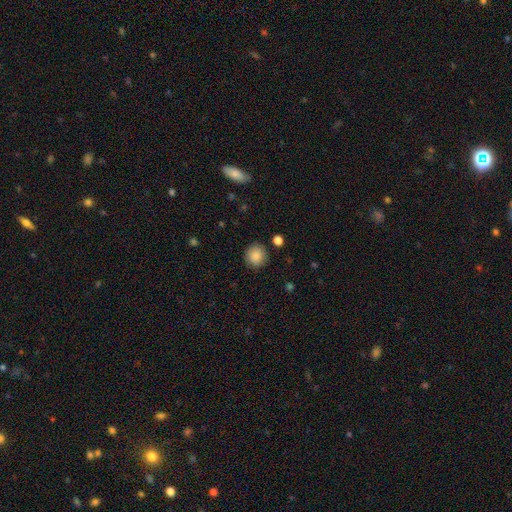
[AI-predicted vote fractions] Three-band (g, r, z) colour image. It shows a smooth galaxy with no disk features (87%) that is round (88%). Merging: none (88%).